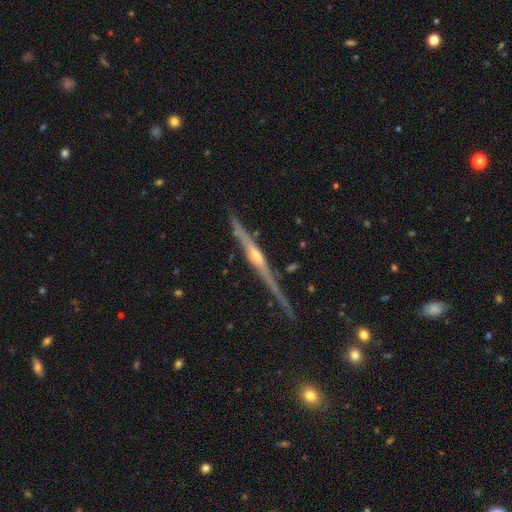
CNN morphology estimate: smooth_or_featured: featured or disk (p=0.79) [alt: smooth p=0.15]
disk_edge_on: yes (p=0.96) [alt: no p=0.04]
edge_on_bulge: rounded (p=0.73) [alt: none p=0.21]
merging: none (p=0.73) [alt: minor disturbance p=0.19]